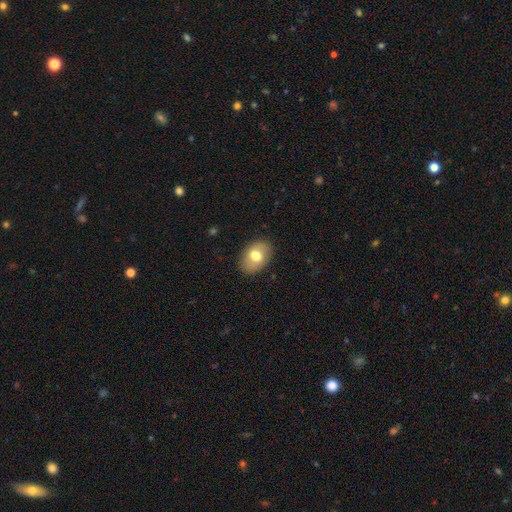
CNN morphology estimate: This appears to be a smooth galaxy with no disk features (71%) that is in between round and cigar-shaped (78%). Merging: none (85%).